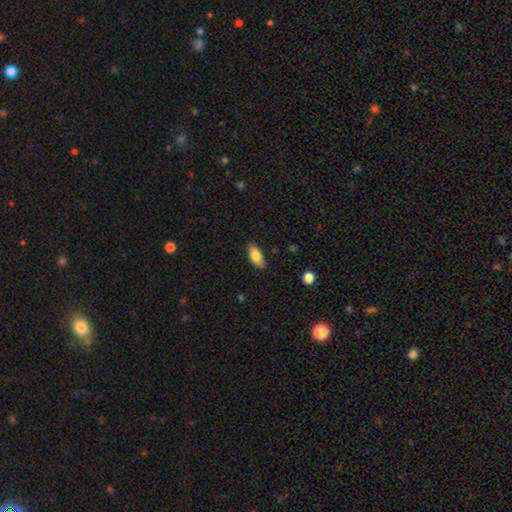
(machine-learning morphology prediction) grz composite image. It shows a smooth galaxy with no disk features (81%) that is in between round and cigar-shaped (86%). Merging: none (86%).